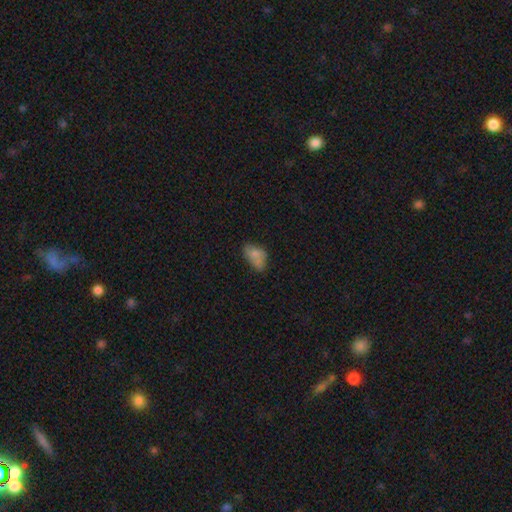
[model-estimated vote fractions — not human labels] Smooth or featured? Predicted: smooth (p=0.74). How rounded? Predicted: in between (p=0.90). Merging? Predicted: none (p=0.46).